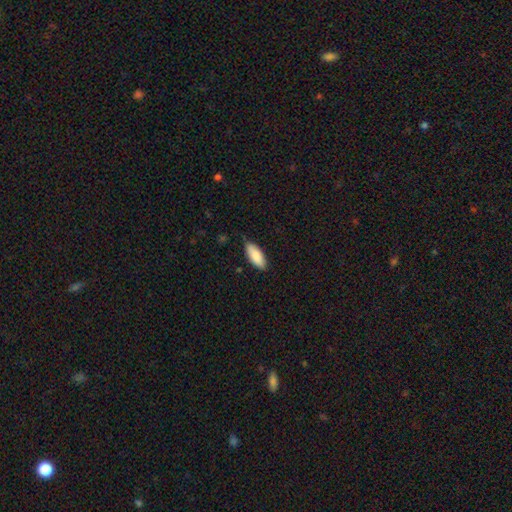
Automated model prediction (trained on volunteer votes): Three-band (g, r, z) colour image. It shows a smooth galaxy with no disk features (88%) that is in between round and cigar-shaped (82%). Merging: none (83%).